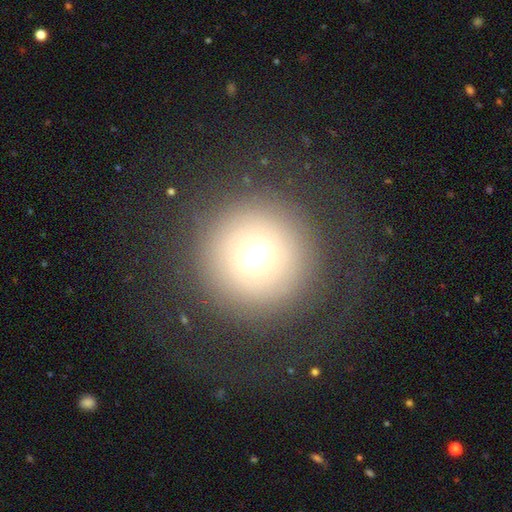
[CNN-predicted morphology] Smooth or featured? Predicted: smooth (p=0.61). How rounded? Predicted: round (p=0.95). Merging? Predicted: none (p=0.77).